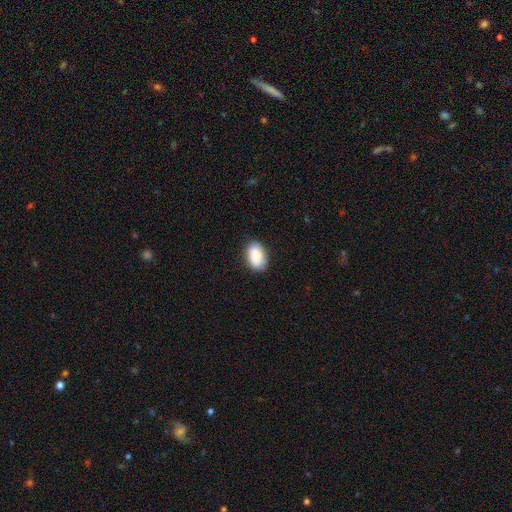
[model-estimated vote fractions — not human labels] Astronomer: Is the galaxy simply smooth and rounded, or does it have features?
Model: smooth — 88%.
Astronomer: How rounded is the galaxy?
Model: in between — 91%.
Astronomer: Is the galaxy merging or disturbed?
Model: none — 83%.